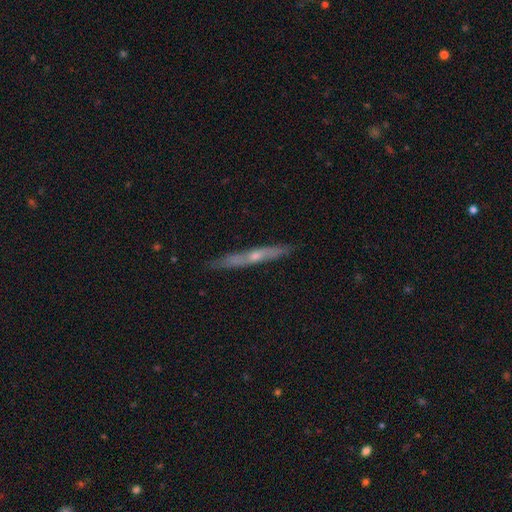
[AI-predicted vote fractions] Smooth or featured: featured or disk — 66% (smooth — 27%)
Edge-on disk: yes — 93% (no — 7%)
Edge-on bulge: rounded — 68% (none — 29%)
Merging: none — 87% (minor disturbance — 10%)